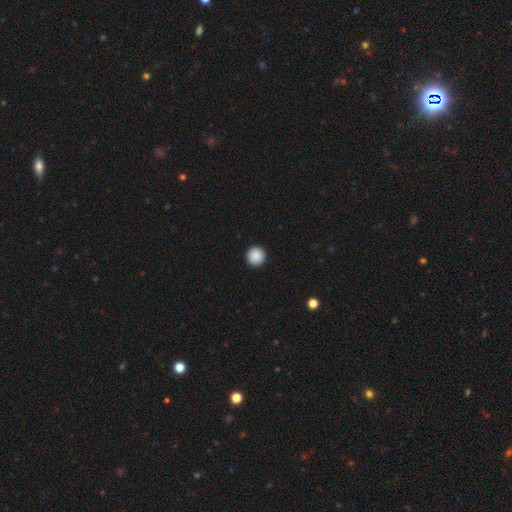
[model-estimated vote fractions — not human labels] This is clearly a smooth galaxy (89%). How rounded: clearly round (96%). Merging: clearly none (93%).